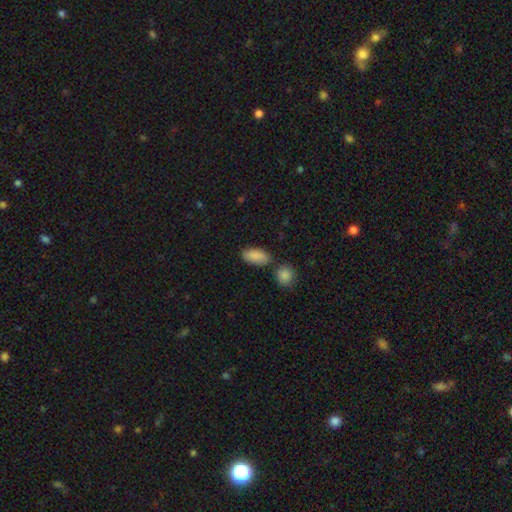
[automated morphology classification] Smooth or featured: smooth — 88% (star or artifact — 7%)
How rounded: in between — 92% (cigar-shaped — 5%)
Merging: none — 72% (minor disturbance — 14%)